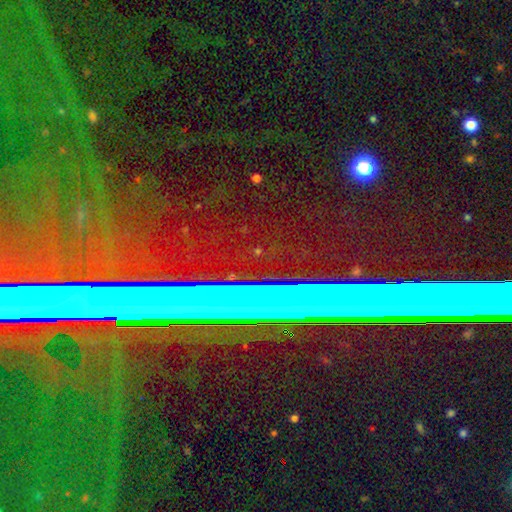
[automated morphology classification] type=star or artifact (74%).